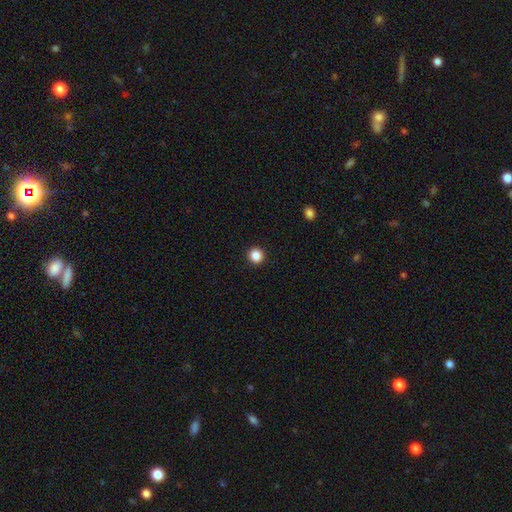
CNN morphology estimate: smooth_or_featured: smooth (p=0.86) [alt: star or artifact p=0.11]
how_rounded: round (p=0.96) [alt: in between p=0.03]
merging: none (p=0.94) [alt: minor disturbance p=0.04]